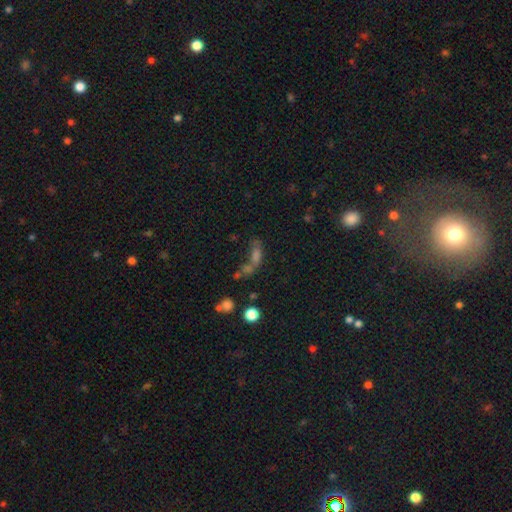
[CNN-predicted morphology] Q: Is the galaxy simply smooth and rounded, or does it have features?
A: smooth — 51%.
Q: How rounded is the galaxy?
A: in between — 61%.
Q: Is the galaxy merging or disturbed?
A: merger — 42%.